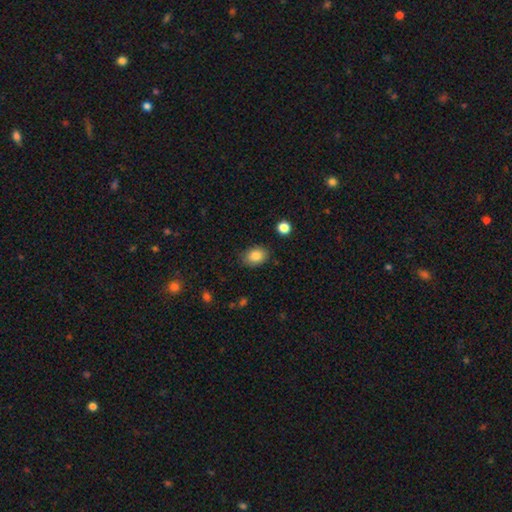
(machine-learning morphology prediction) Q: Smooth or featured?
A: smooth (86%); runner-up: star or artifact (8%)
Q: How rounded?
A: in between (72%); runner-up: round (27%)
Q: Merging?
A: none (82%); runner-up: minor disturbance (13%)